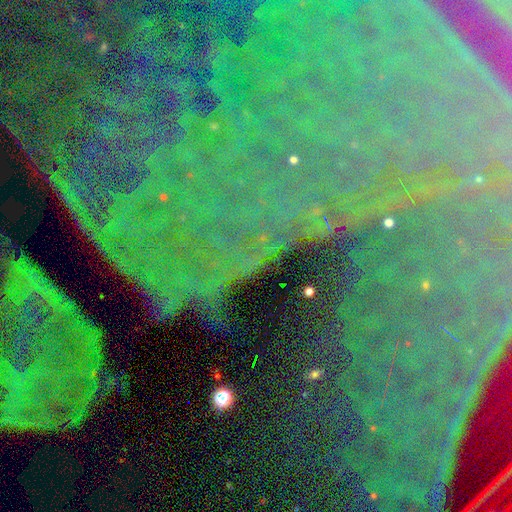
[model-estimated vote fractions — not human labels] Q: Smooth or featured?
A: star or artifact (84%); runner-up: featured or disk (9%)